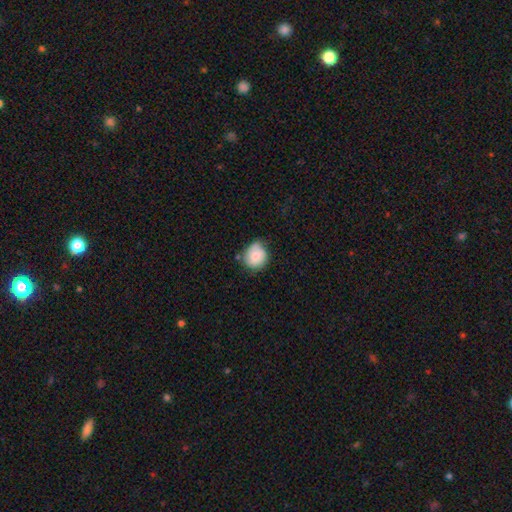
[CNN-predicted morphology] Overall: smooth (75%). How rounded: round (74%). Merging: none (53%; minor disturbance 36%).